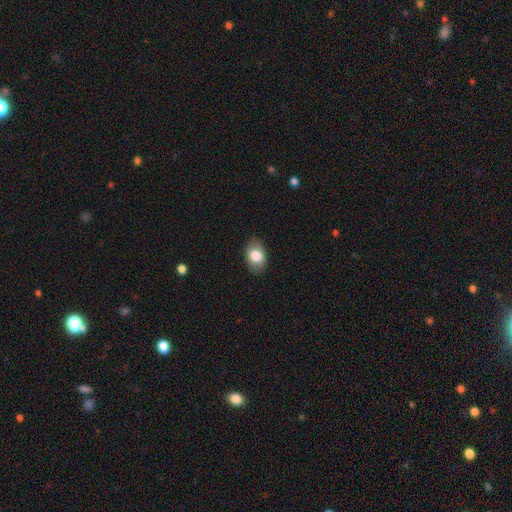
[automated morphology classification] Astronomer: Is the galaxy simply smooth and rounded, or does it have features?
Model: smooth — 80%.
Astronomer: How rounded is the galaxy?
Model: in between — 85%.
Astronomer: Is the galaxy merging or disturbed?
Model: none — 86%.